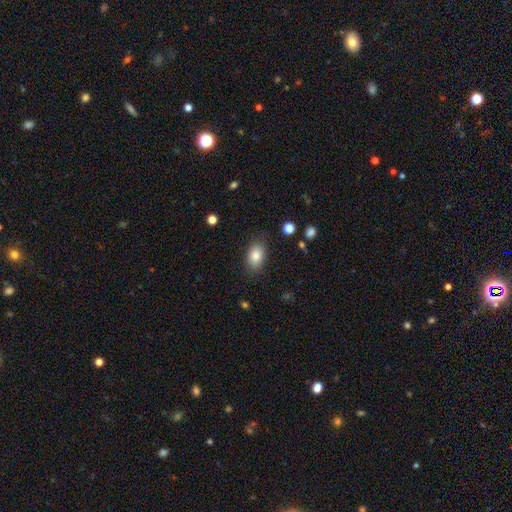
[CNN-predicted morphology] Smooth or featured? Predicted: smooth (p=0.83). How rounded? Predicted: in between (p=0.86). Merging? Predicted: none (p=0.81).